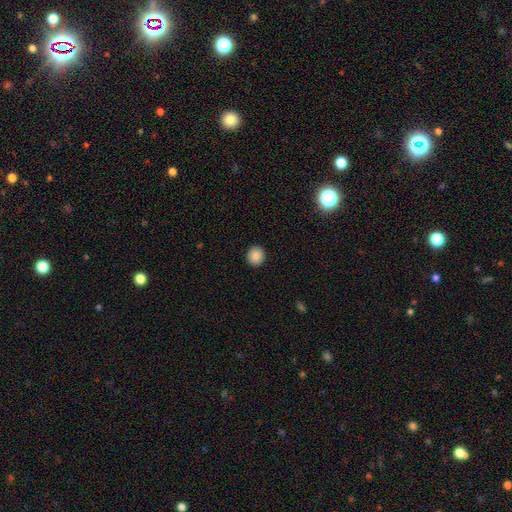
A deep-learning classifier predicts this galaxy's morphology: A smooth galaxy with no disk features (87%) that is round (87%).

Vote fractions:
- Smooth or featured? smooth: 87% / star or artifact: 9% / featured or disk: 4%
- How rounded? round: 87% / in between: 12% / cigar-shaped: 1%
- Merging? none: 92% / minor disturbance: 5% / major disturbance: 2% / merger: 1%